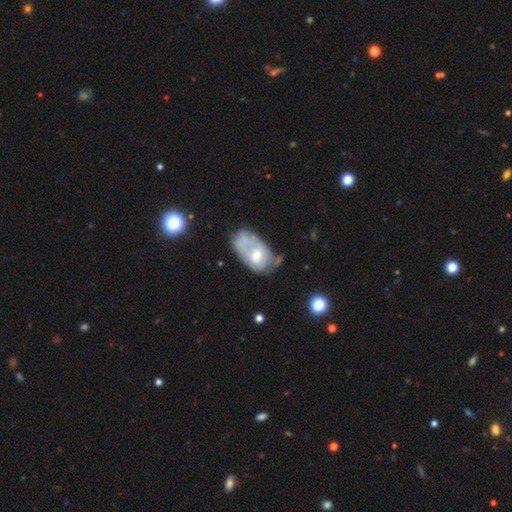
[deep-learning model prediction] featured or disk 46%, smooth 44%, star or artifact 10%. Down the decision tree: merging — merger (30%).